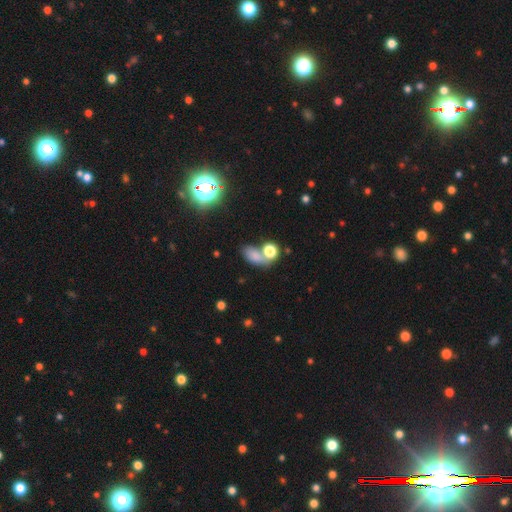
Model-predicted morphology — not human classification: This appears to be a smooth galaxy with no disk features (72%) that is in between round and cigar-shaped (75%). Merging: none (40%).